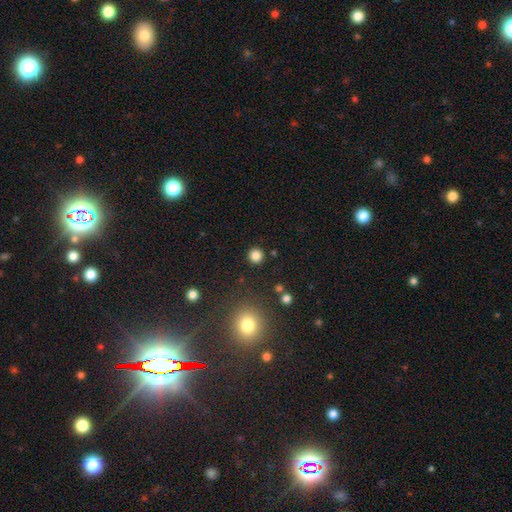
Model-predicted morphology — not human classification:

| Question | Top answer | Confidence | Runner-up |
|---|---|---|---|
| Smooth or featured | smooth | 83% | star or artifact (13%) |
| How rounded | round | 94% | in between (5%) |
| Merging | none | 90% | minor disturbance (6%) |